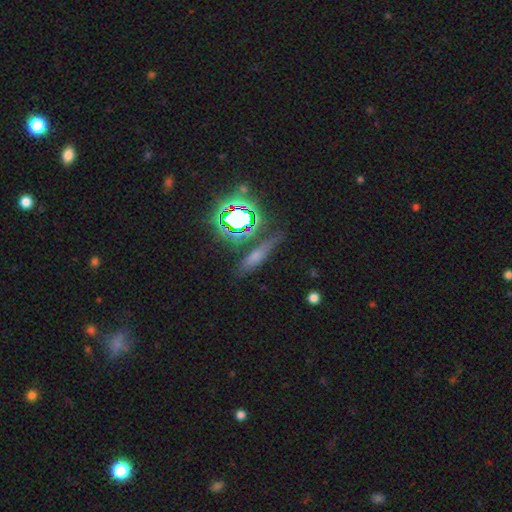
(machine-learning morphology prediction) Overall: smooth (54%; star or artifact 26%). How rounded: cigar-shaped (65%; in between 27%). Merging: none (75%).